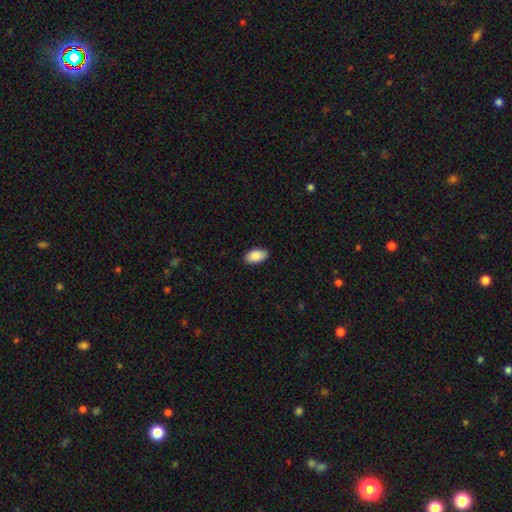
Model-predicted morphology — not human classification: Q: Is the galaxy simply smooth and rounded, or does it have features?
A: smooth — 90%.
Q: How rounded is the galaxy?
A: in between — 95%.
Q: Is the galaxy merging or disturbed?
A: none — 89%.